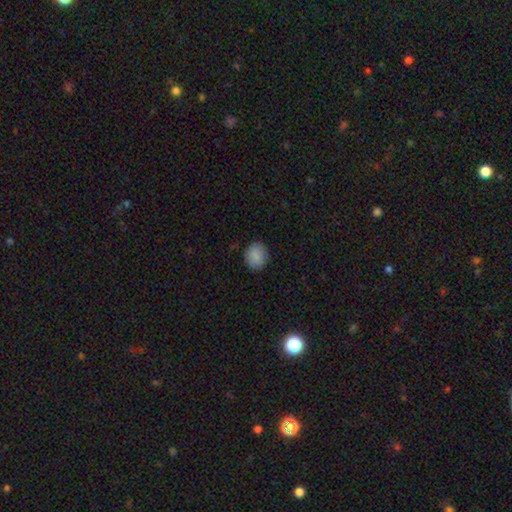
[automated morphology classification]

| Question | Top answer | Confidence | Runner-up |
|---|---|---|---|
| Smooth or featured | smooth | 88% | star or artifact (8%) |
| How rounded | round | 74% | in between (25%) |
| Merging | none | 86% | minor disturbance (10%) |